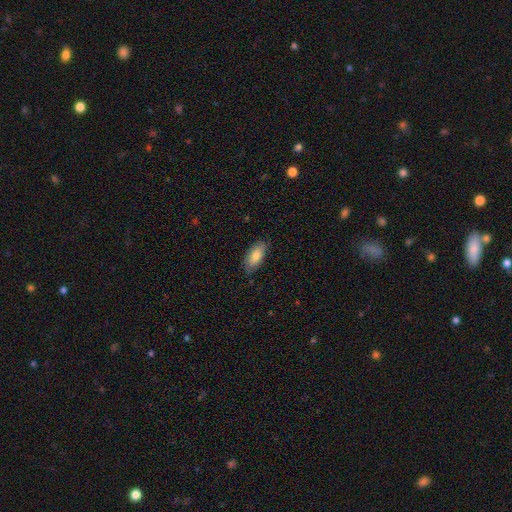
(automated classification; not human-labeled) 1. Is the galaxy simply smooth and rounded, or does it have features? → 78% smooth, 16% featured or disk, 6% star or artifact.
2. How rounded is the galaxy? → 89% in between, 9% cigar-shaped, 2% round.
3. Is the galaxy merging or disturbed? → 79% none, 17% minor disturbance, 3% major disturbance, 1% merger.